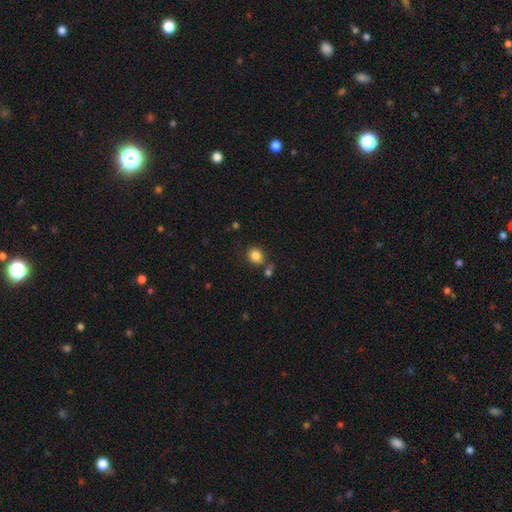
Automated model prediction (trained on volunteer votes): Smooth or featured? smooth (84%)
How rounded? round (66%)
Merging? none (72%)